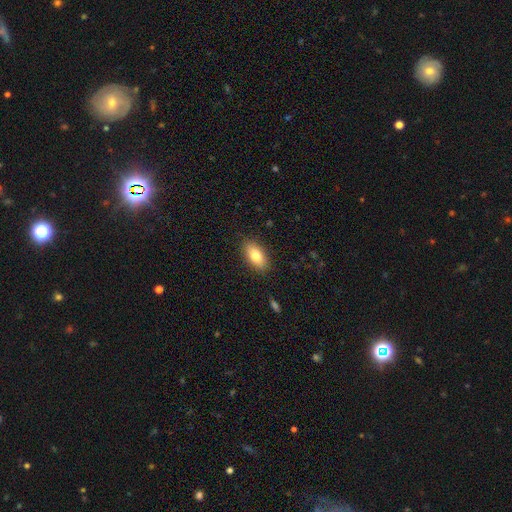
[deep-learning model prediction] A smooth galaxy with no disk features (79%) that is in between round and cigar-shaped (88%). Merging: none (87%).